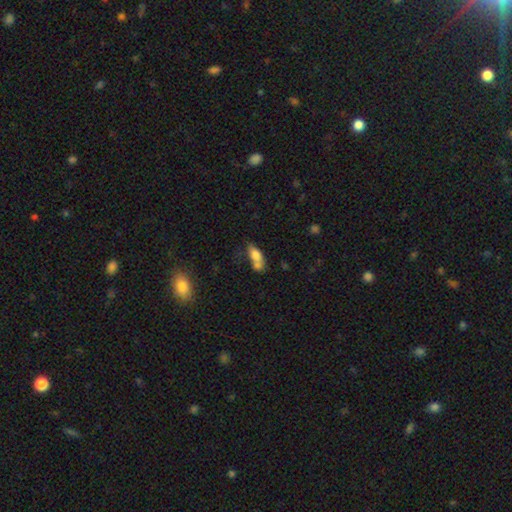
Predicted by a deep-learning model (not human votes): Smooth or featured: smooth — 73% (featured or disk — 18%)
How rounded: in between — 80% (cigar-shaped — 15%)
Merging: merger — 46% (none — 30%)